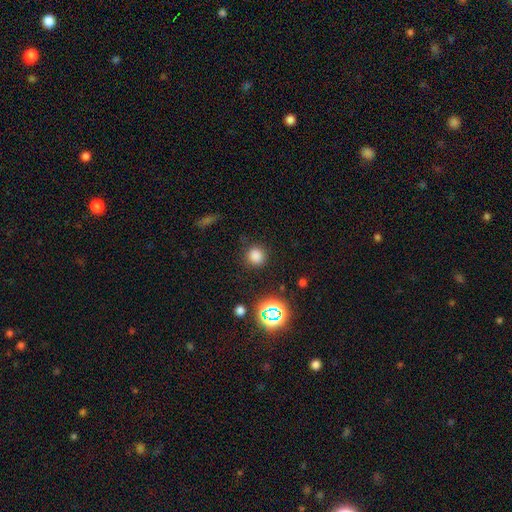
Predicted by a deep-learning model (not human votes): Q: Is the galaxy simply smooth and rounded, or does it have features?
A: smooth — 77%.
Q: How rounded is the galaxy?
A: round — 91%.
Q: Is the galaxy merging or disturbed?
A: none — 86%.